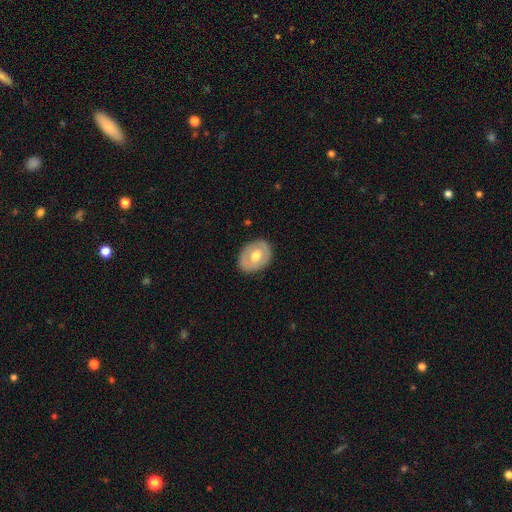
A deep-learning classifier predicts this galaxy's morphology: Overall: smooth (49%; featured or disk 46%). Merging: none (82%).